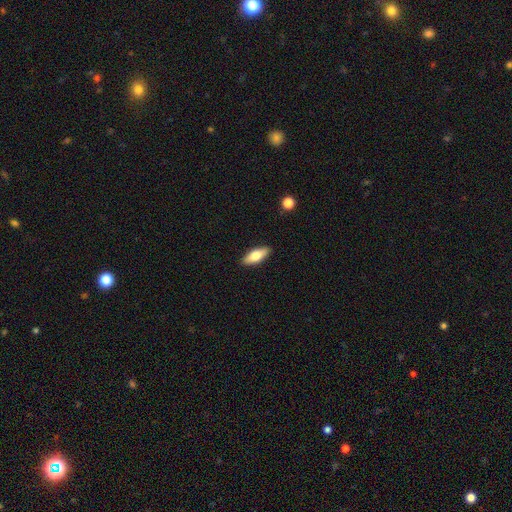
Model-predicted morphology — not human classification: Smooth or featured: smooth — 70% (featured or disk — 24%)
How rounded: in between — 70% (cigar-shaped — 28%)
Merging: none — 89% (minor disturbance — 8%)